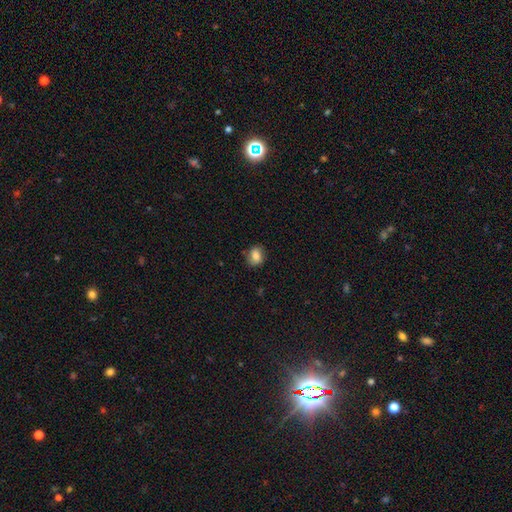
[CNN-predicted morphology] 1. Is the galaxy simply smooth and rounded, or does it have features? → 82% smooth, 9% star or artifact, 9% featured or disk.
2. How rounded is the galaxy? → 50% in between, 49% round, 1% cigar-shaped.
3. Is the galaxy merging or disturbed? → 75% none, 19% minor disturbance, 4% major disturbance, 2% merger.